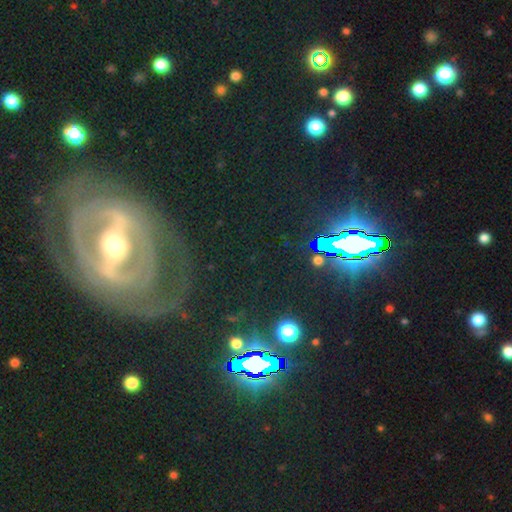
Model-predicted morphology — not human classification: type=featured or disk (59%); edge-on=no (79%); merging=none (67%).